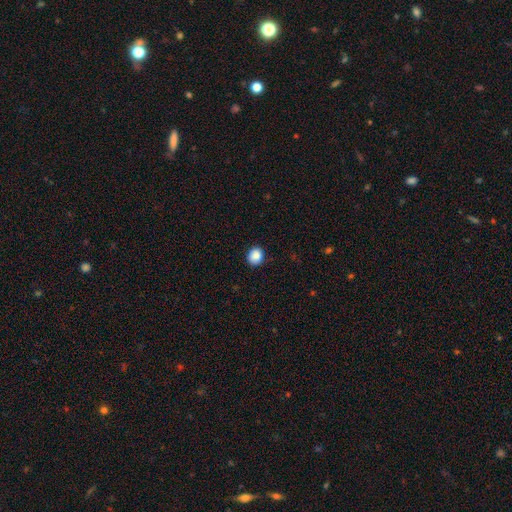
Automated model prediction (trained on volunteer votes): Smooth or featured?
  - smooth: 88% *
  - star or artifact: 9%
  - featured or disk: 3%
How rounded?
  - round: 75% *
  - in between: 24%
  - cigar-shaped: 1%
Merging?
  - none: 89% *
  - minor disturbance: 8%
  - major disturbance: 2%
  - merger: 1%